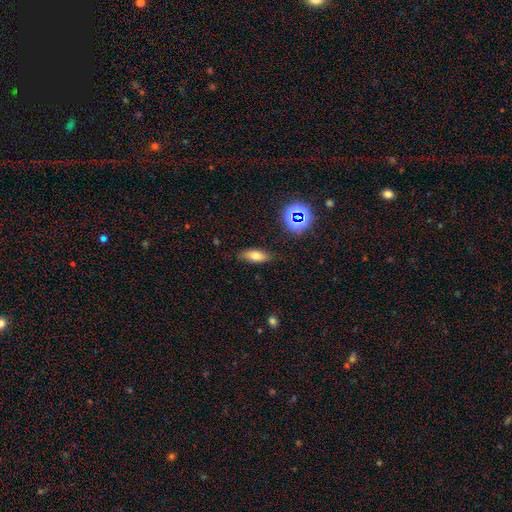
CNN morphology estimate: smooth-or-featured: smooth: 70% | featured or disk: 17% | star or artifact: 14%
  how-rounded: in between: 77% | cigar-shaped: 18% | round: 5%
  merging: none: 81% | minor disturbance: 14% | major disturbance: 3% | merger: 2%